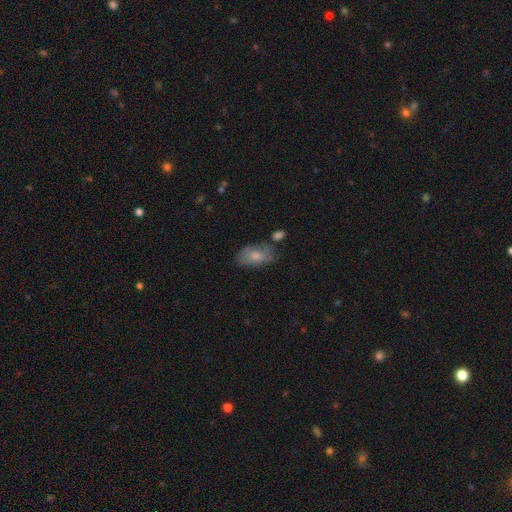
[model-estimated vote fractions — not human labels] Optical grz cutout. It shows a smooth galaxy with no disk features (71%) that is in between round and cigar-shaped (91%). Merging: none (59%).